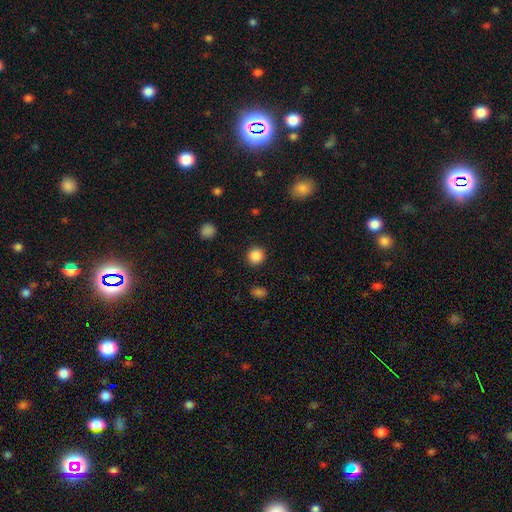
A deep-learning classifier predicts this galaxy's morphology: Smooth or featured? smooth (87%)
How rounded? round (94%)
Merging? none (92%)